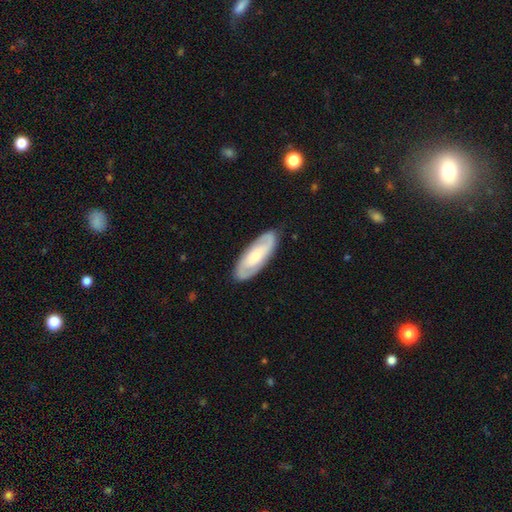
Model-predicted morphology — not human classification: featured or disk 66%, smooth 29%, star or artifact 5%. Down the decision tree: edge-on disk — no (89%); bar — no (55%); spiral arms — yes (89%); spiral arm count — 2 (80%); spiral winding — tight (47%); bulge size — small (41%); merging — none (86%).